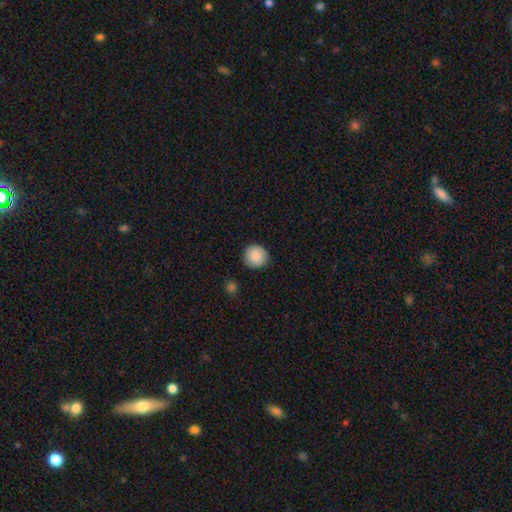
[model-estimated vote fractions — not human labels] A smooth galaxy with no disk features (86%) that is round (93%). Merging: none (89%).